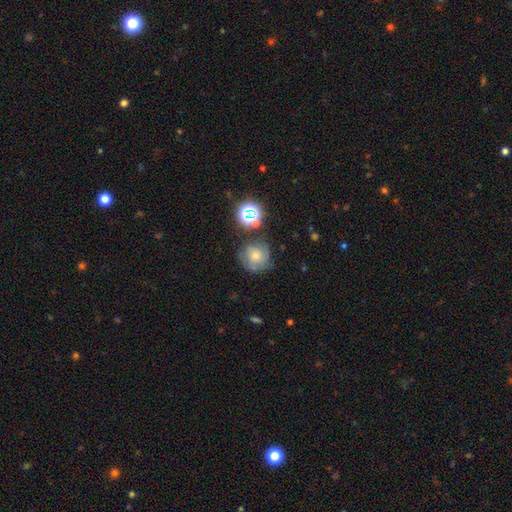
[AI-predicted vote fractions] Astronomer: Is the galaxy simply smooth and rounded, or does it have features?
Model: smooth — 58%.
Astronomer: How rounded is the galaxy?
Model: round — 90%.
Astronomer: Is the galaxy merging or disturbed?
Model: none — 63%.